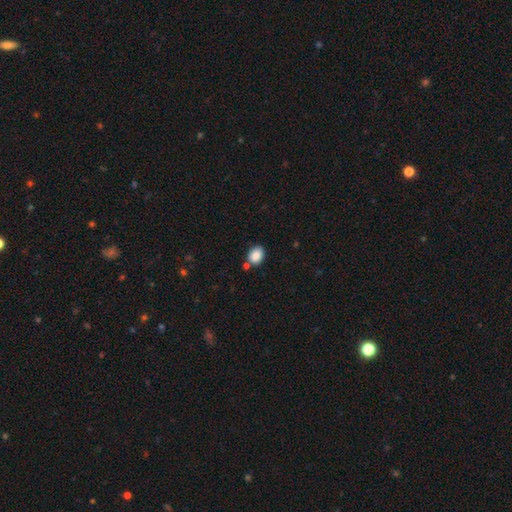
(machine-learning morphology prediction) Smooth or featured? Predicted: smooth (p=0.87). How rounded? Predicted: in between (p=0.67). Merging? Predicted: none (p=0.72).